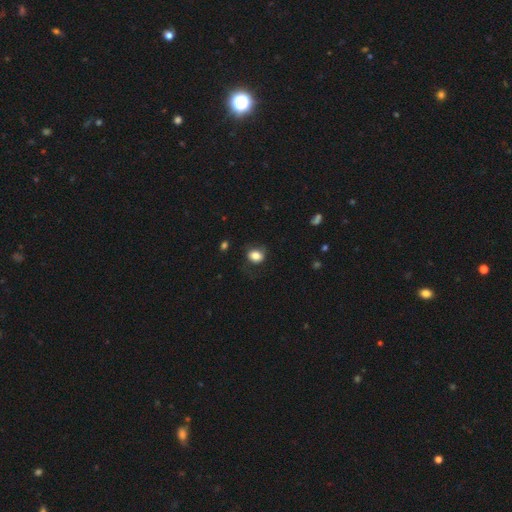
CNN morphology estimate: Q: Smooth or featured?
A: smooth (79%); runner-up: featured or disk (12%)
Q: How rounded?
A: in between (59%); runner-up: round (40%)
Q: Merging?
A: none (72%); runner-up: minor disturbance (18%)